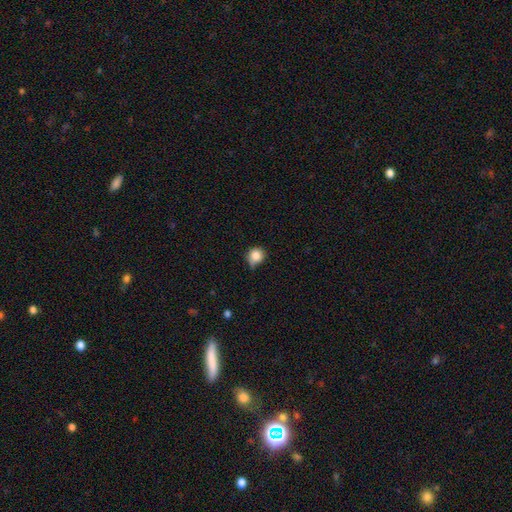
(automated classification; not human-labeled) Overall: smooth (84%). How rounded: round (85%). Merging: none (52%; minor disturbance 37%).